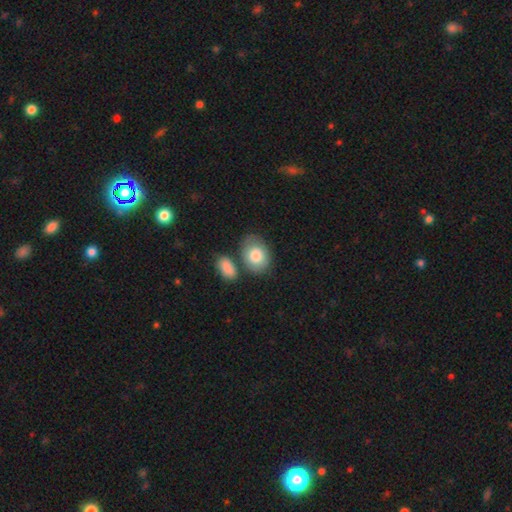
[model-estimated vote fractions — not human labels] Overall: smooth (80%). How rounded: in between (70%). Merging: none (60%).